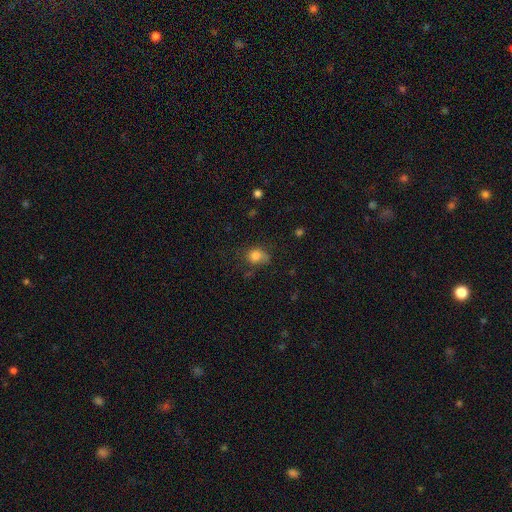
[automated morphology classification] Smooth or featured: smooth — 80% (star or artifact — 11%)
How rounded: round — 61% (in between — 38%)
Merging: none — 52% (minor disturbance — 30%)